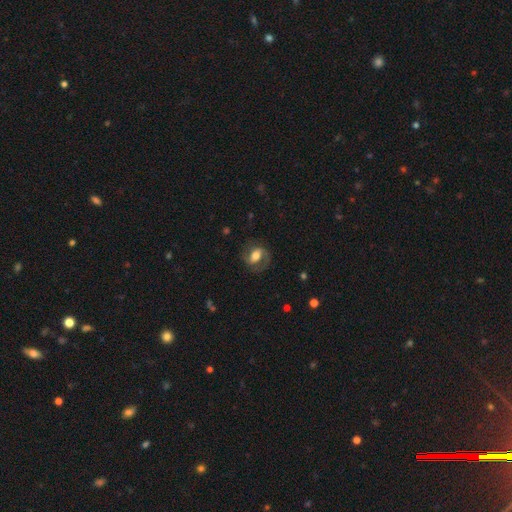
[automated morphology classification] This appears to be a featured or disk galaxy (60%) with a weak bar (38%), spiral arms (81%) and a moderate central bulge (56%). Merging: none (68%).